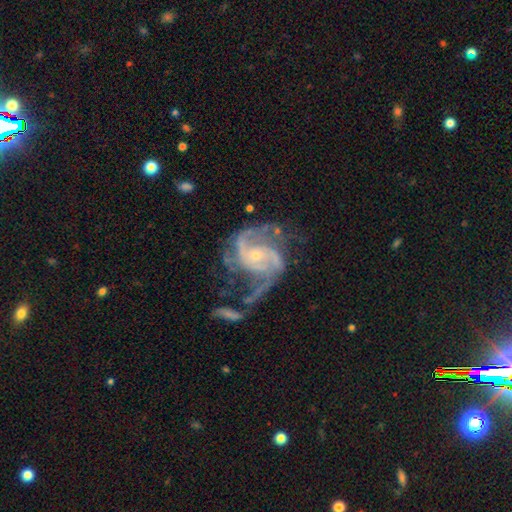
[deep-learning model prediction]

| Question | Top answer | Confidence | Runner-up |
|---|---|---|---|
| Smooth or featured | featured or disk | 91% | star or artifact (5%) |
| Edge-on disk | no | 98% | yes (2%) |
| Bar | no | 63% | weak (28%) |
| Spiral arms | yes | 98% | no (2%) |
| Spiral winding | medium | 52% | loose (24%) |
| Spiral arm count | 2 | 62% | 3 (17%) |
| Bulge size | small | 74% | moderate (22%) |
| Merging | none | 45% | major disturbance (28%) |